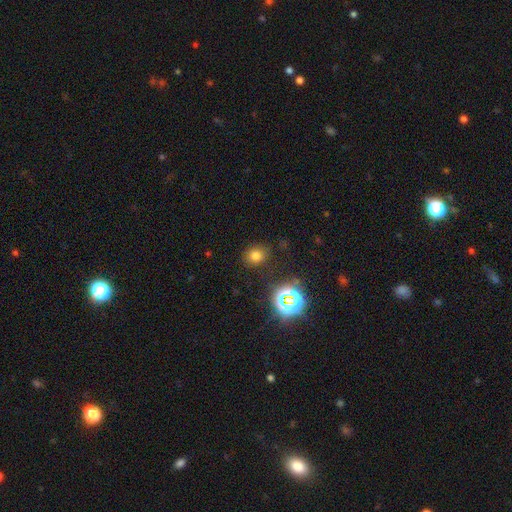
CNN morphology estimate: Smooth or featured? Predicted: smooth (p=0.70). How rounded? Predicted: round (p=0.69). Merging? Predicted: none (p=0.84).